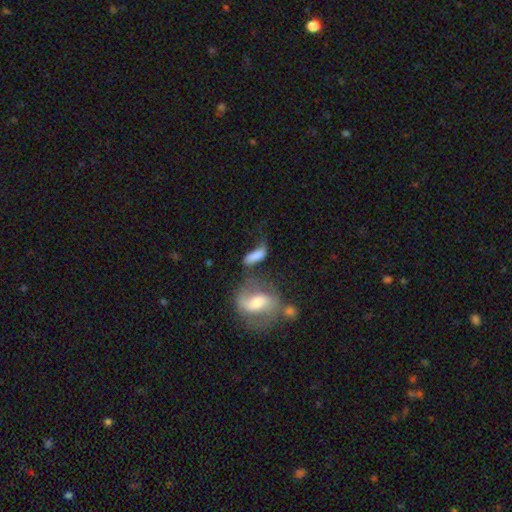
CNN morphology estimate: A smooth galaxy with no disk features (65%) that is in between round and cigar-shaped (67%). Merging: none (33%).